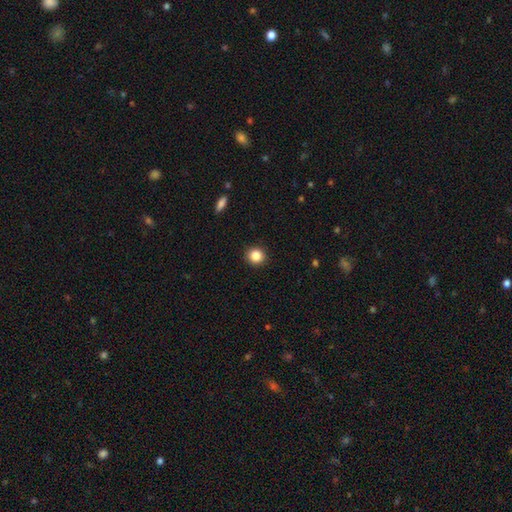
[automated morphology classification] Smooth or featured? smooth (85%)
How rounded? round (91%)
Merging? none (92%)